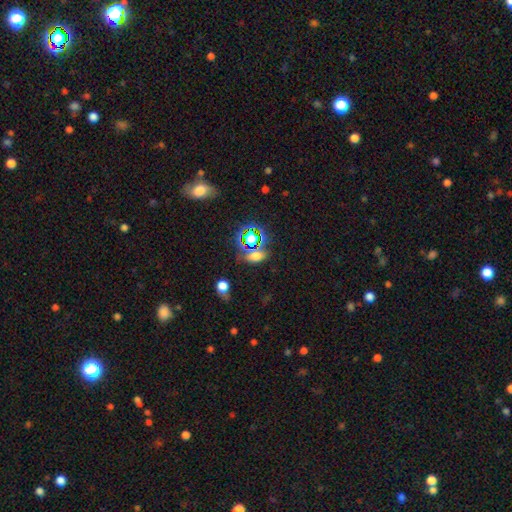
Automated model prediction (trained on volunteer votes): Morphology: type=smooth (52%); roundness=in between (72%); merging=none (65%).